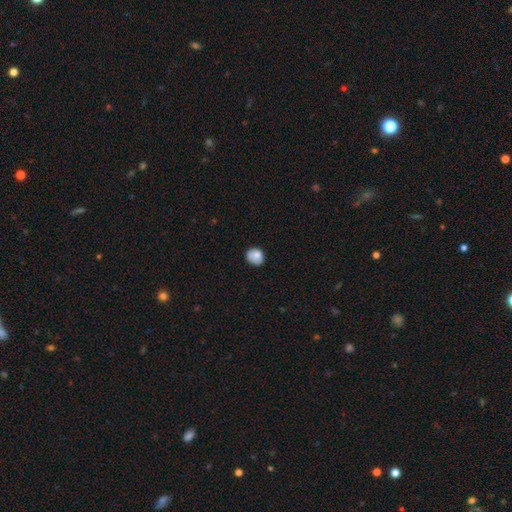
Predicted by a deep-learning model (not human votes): Smooth or featured: smooth — 83% (star or artifact — 9%)
How rounded: round — 66% (in between — 33%)
Merging: none — 74% (minor disturbance — 21%)